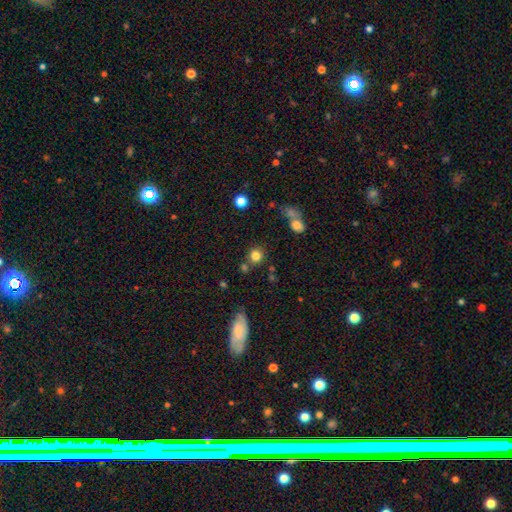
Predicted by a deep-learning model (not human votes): A smooth galaxy with no disk features (80%) that is round (88%). Merging: none (75%).